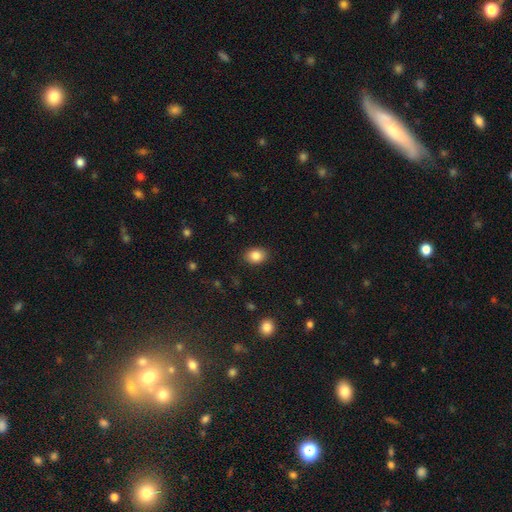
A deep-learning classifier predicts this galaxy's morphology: Overall: smooth (86%). How rounded: in between (66%; round 33%). Merging: none (87%).